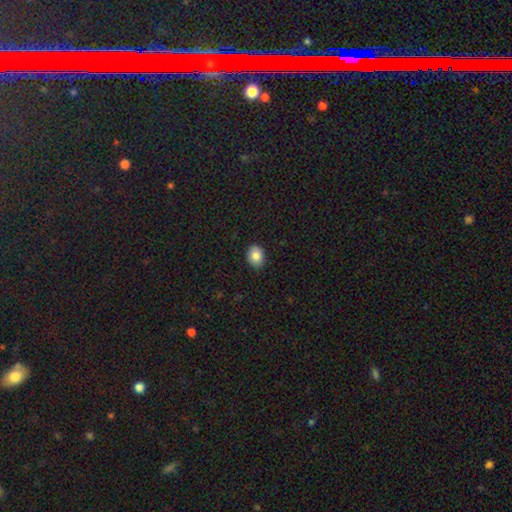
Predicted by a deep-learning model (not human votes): smooth_or_featured: smooth (p=0.85) [alt: star or artifact p=0.08]
how_rounded: in between (p=0.58) [alt: round p=0.41]
merging: none (p=0.88) [alt: minor disturbance p=0.09]